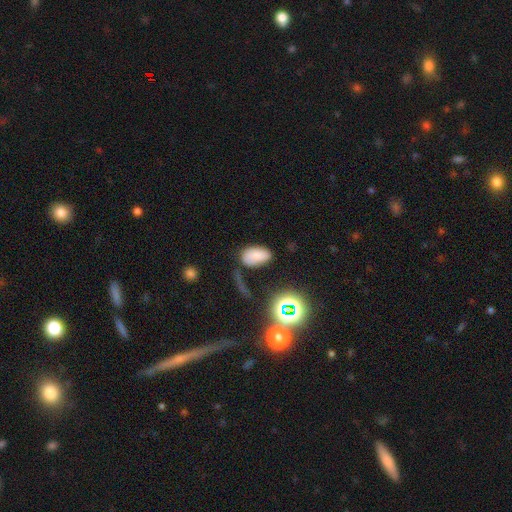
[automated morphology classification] smooth_or_featured: smooth (p=0.72) [alt: star or artifact p=0.16]
how_rounded: in between (p=0.92) [alt: round p=0.06]
merging: none (p=0.56) [alt: minor disturbance p=0.23]